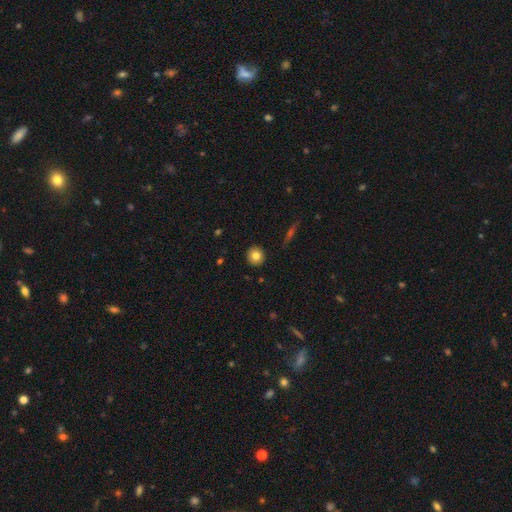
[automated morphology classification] The model was most divided on "smooth or featured": smooth: 80%, featured or disk: 11%, star or artifact: 9%. More confident: how rounded — round (92%); merging — none (91%).